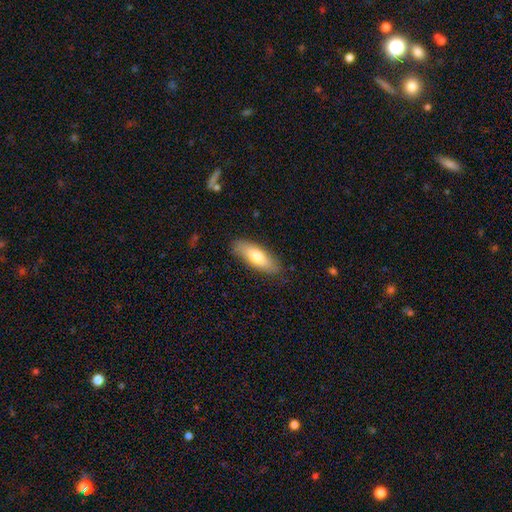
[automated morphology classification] A smooth galaxy with no disk features (71%) that is in between round and cigar-shaped (56%).

Vote fractions:
- Smooth or featured? smooth: 71% / featured or disk: 23% / star or artifact: 6%
- How rounded? in between: 56% / cigar-shaped: 42% / round: 2%
- Merging? none: 84% / minor disturbance: 12% / major disturbance: 2% / merger: 1%